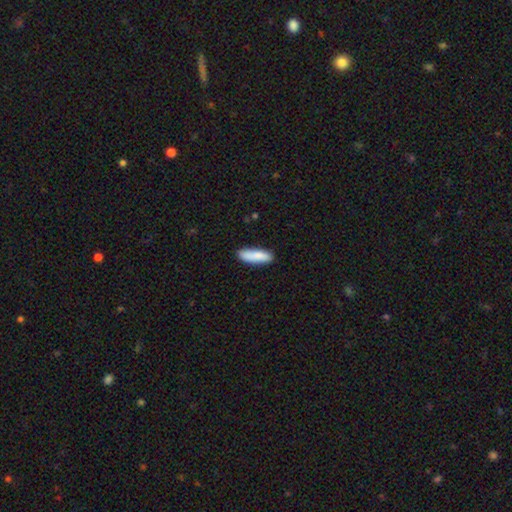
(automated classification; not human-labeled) The model was most divided on "how rounded": cigar-shaped: 56%, in between: 43%, round: 2%. More confident: smooth or featured — smooth (87%); merging — none (87%).